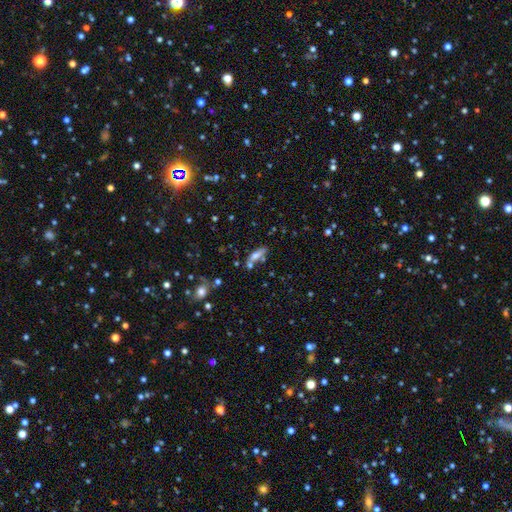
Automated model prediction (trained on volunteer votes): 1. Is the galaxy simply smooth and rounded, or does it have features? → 63% smooth, 27% featured or disk, 11% star or artifact.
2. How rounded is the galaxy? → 55% cigar-shaped, 42% in between, 3% round.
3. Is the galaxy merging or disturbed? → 55% none, 21% merger, 17% minor disturbance, 7% major disturbance.